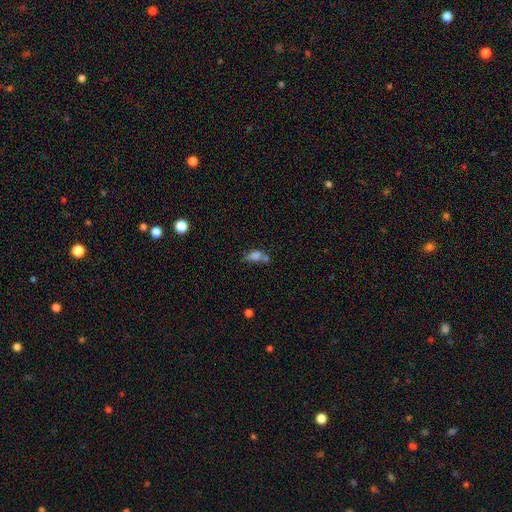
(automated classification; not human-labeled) smooth-or-featured: smooth: 72% | featured or disk: 14% | star or artifact: 14%
  how-rounded: in between: 77% | round: 16% | cigar-shaped: 6%
  merging: merger: 44% | none: 30% | minor disturbance: 16% | major disturbance: 10%